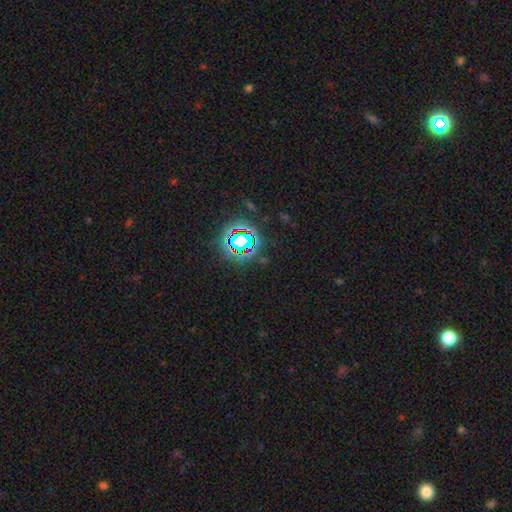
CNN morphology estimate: smooth-or-featured: star or artifact: 78% | smooth: 13% | featured or disk: 8%